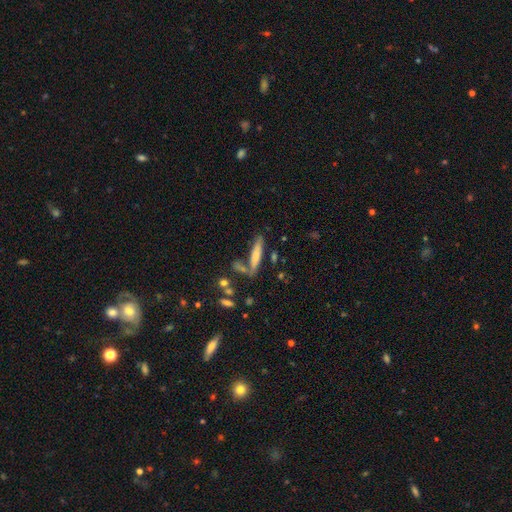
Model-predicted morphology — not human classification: Overall: smooth (70%). How rounded: cigar-shaped (84%). Merging: none (66%).